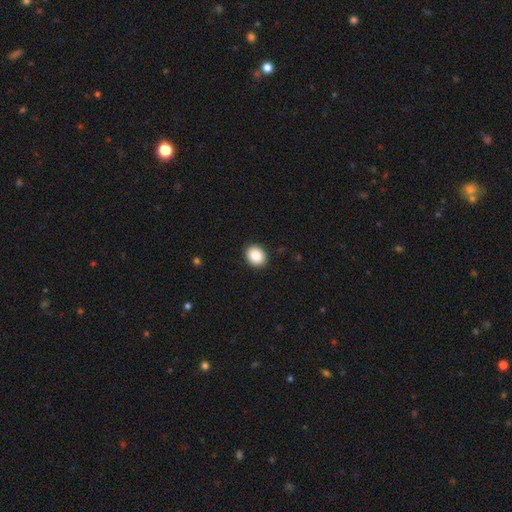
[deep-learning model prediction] A smooth galaxy with no disk features (88%) that is round (54%). Merging: none (92%).